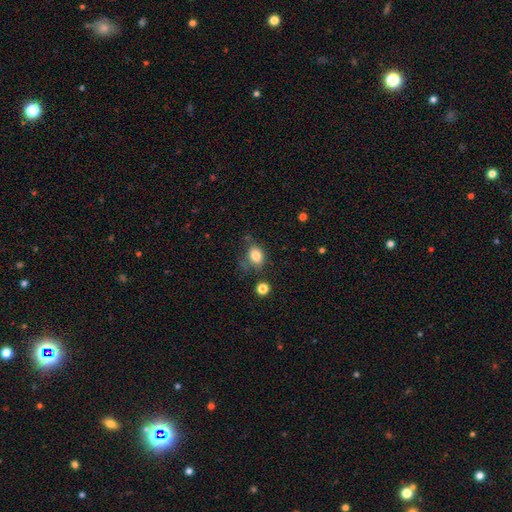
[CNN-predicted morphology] Smooth or featured?
  - smooth: 82% *
  - star or artifact: 10%
  - featured or disk: 8%
How rounded?
  - in between: 65% *
  - round: 34%
  - cigar-shaped: 1%
Merging?
  - none: 62% *
  - minor disturbance: 22%
  - major disturbance: 8%
  - merger: 8%